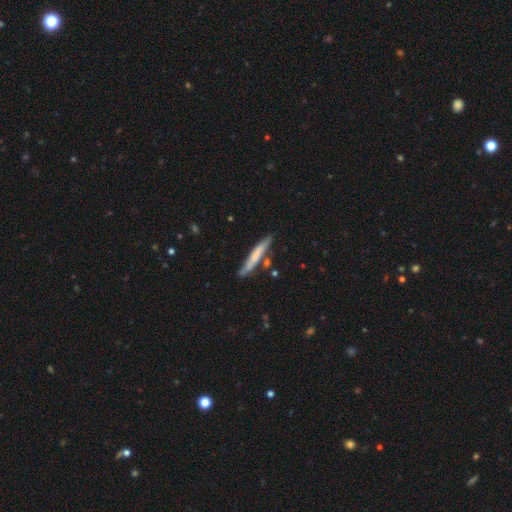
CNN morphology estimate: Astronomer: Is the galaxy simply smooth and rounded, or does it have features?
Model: smooth — 60%.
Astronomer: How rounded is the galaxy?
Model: cigar-shaped — 94%.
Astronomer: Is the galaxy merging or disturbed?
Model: none — 76%.